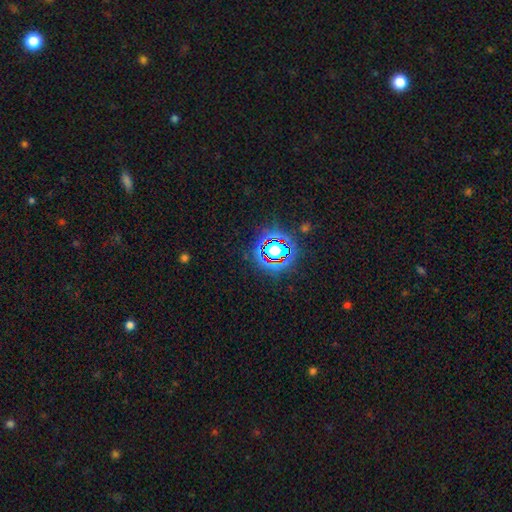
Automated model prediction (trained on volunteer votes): A star or artifact, not a galaxy (81%).